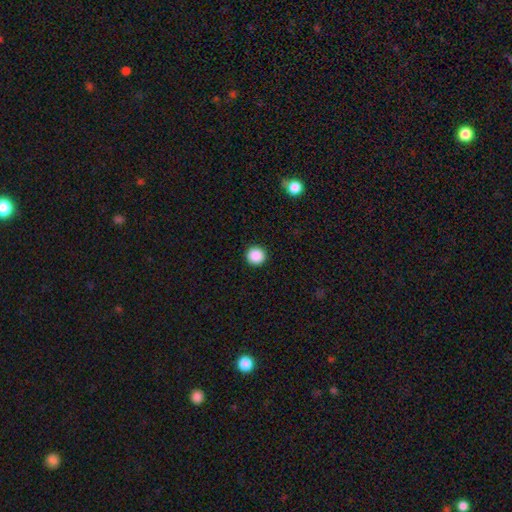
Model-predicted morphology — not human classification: Smooth or featured? smooth (88%)
How rounded? round (96%)
Merging? none (93%)